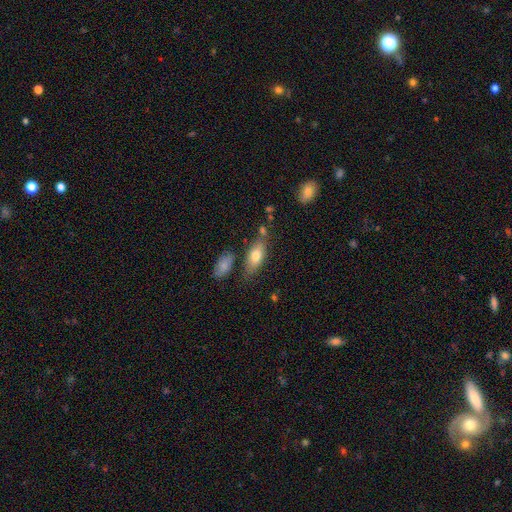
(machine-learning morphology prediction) type=smooth (74%); roundness=in between (81%); merging=none (68%).